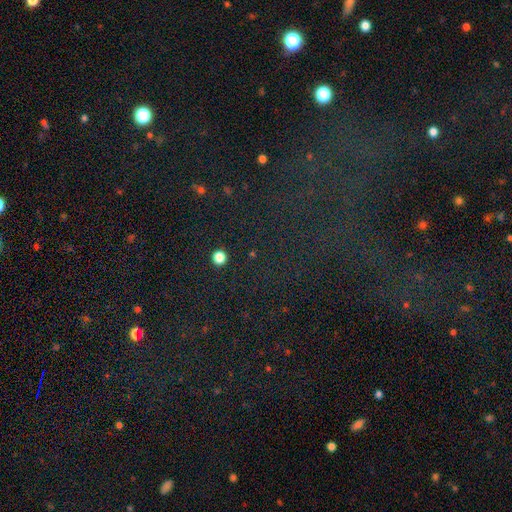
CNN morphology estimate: Overall: star or artifact (74%).